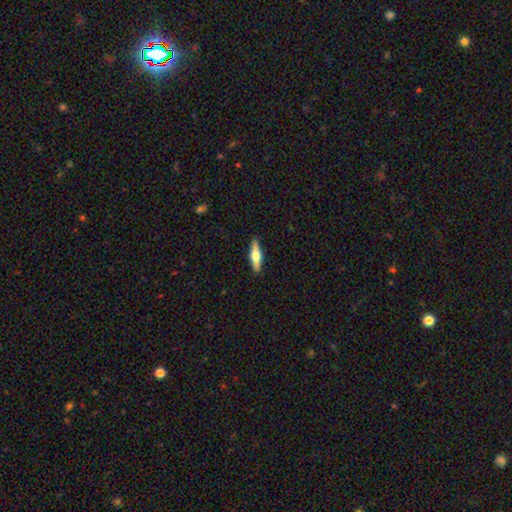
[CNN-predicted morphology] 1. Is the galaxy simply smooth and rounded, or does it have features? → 52% featured or disk, 43% smooth, 6% star or artifact.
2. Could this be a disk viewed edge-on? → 95% yes, 5% no.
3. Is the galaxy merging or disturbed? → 90% none, 7% minor disturbance, 2% major disturbance, 1% merger.